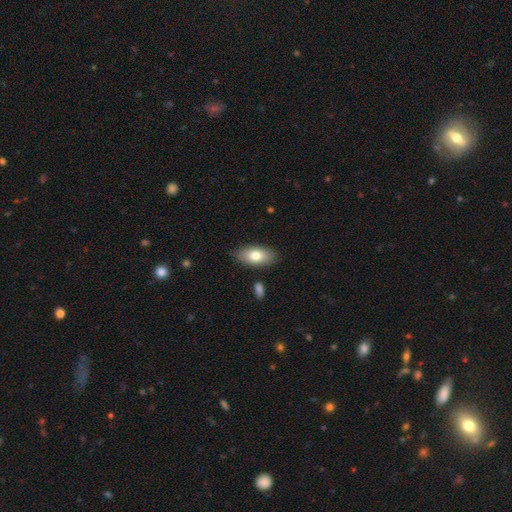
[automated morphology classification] Q: Smooth or featured?
A: smooth (77%); runner-up: featured or disk (16%)
Q: How rounded?
A: in between (91%); runner-up: cigar-shaped (5%)
Q: Merging?
A: none (84%); runner-up: minor disturbance (11%)